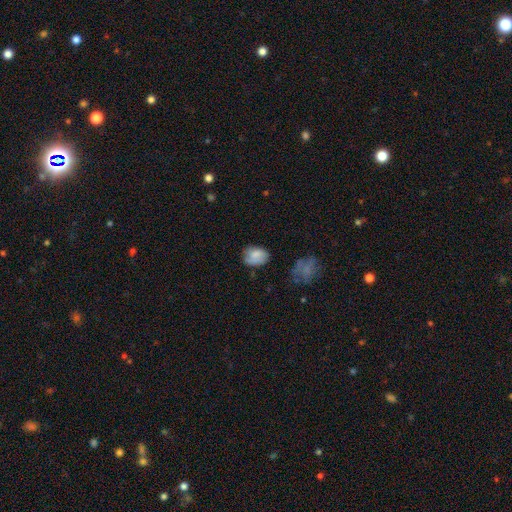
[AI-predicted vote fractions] Morphology: type=smooth (76%); roundness=in between (68%); merging=none (61%).